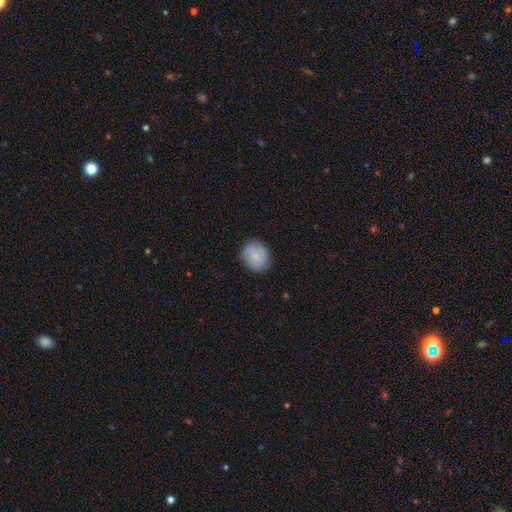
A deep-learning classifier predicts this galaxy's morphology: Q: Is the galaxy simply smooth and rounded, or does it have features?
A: smooth — 63%.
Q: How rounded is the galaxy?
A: round — 73%.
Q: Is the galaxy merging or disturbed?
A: none — 80%.